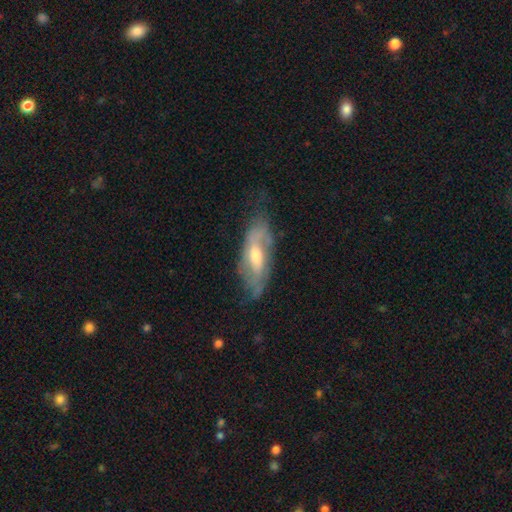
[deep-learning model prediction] smooth_or_featured: featured or disk (p=0.68) [alt: smooth p=0.26]
disk_edge_on: no (p=0.83) [alt: yes p=0.17]
bar: weak (p=0.45) [alt: no p=0.40]
has_spiral_arms: yes (p=0.78) [alt: no p=0.22]
bulge_size: moderate (p=0.64) [alt: small p=0.25]
merging: none (p=0.55) [alt: minor disturbance p=0.29]